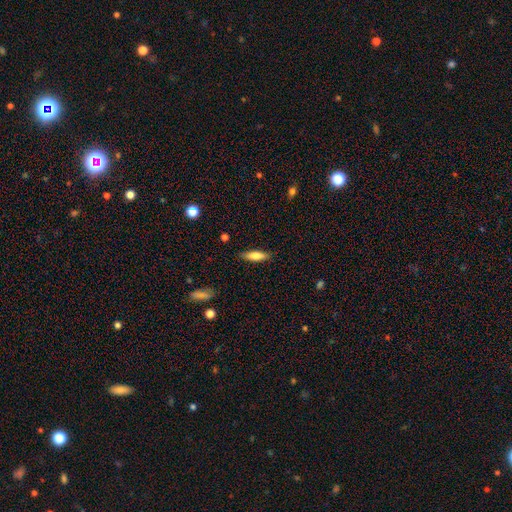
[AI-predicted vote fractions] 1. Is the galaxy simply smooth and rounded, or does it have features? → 73% smooth, 20% featured or disk, 7% star or artifact.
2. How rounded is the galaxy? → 57% cigar-shaped, 41% in between, 2% round.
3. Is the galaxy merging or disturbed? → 86% none, 10% minor disturbance, 2% major disturbance, 1% merger.